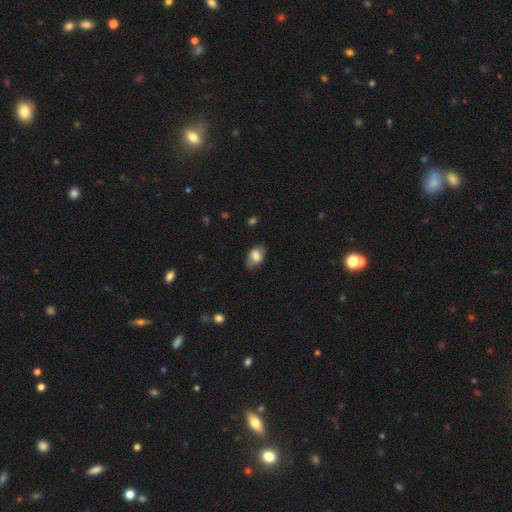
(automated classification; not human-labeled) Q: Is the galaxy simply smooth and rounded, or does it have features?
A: smooth — 77%.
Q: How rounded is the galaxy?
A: in between — 85%.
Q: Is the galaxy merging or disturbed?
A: none — 68%.